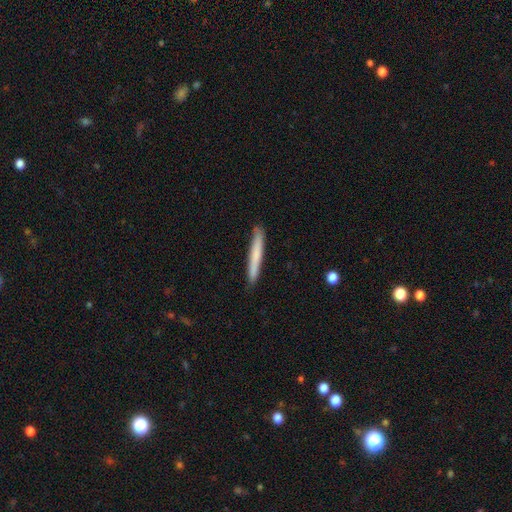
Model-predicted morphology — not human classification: A smooth galaxy with no disk features (70%) that is cigar-shaped (96%).

Vote fractions:
- Smooth or featured? smooth: 70% / featured or disk: 25% / star or artifact: 6%
- How rounded? cigar-shaped: 96% / in between: 2% / round: 1%
- Merging? none: 89% / minor disturbance: 8% / major disturbance: 1% / merger: 1%